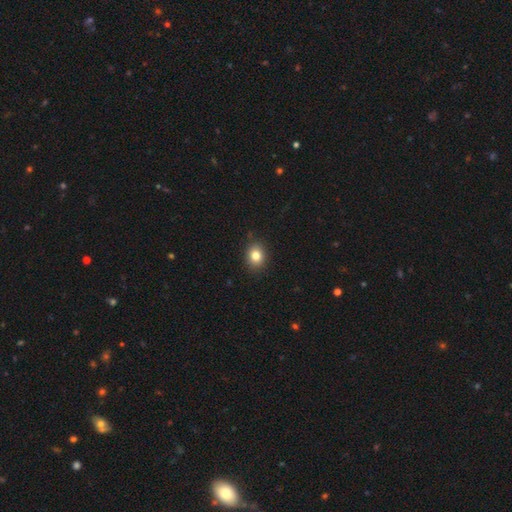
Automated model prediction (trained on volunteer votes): Smooth or featured? smooth (82%)
How rounded? round (56%)
Merging? none (87%)